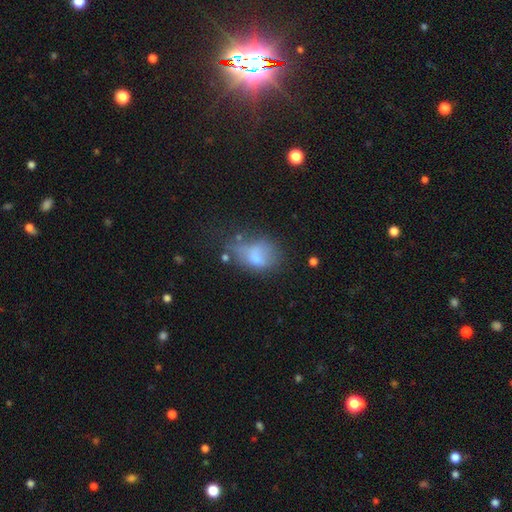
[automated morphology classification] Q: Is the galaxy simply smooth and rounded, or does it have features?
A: smooth — 60%.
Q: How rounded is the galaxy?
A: in between — 71%.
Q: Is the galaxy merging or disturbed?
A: major disturbance — 35%.